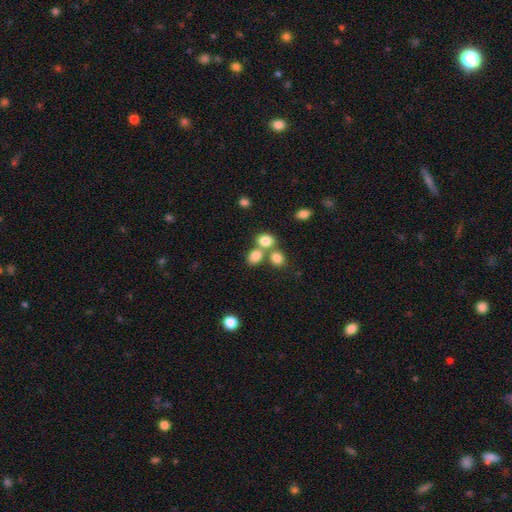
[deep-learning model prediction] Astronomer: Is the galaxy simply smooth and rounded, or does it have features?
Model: smooth — 78%.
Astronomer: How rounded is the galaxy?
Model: round — 53% (runner-up: in between, 46%).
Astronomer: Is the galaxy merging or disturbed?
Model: none — 47% (runner-up: merger, 40%).